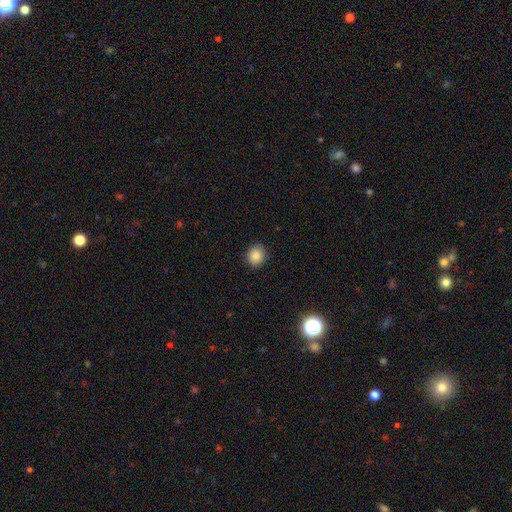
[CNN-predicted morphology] A smooth galaxy with no disk features (86%) that is round (81%).

Vote fractions:
- Smooth or featured? smooth: 86% / star or artifact: 10% / featured or disk: 5%
- How rounded? round: 81% / in between: 19% / cigar-shaped: 1%
- Merging? none: 90% / minor disturbance: 7% / major disturbance: 2% / merger: 1%